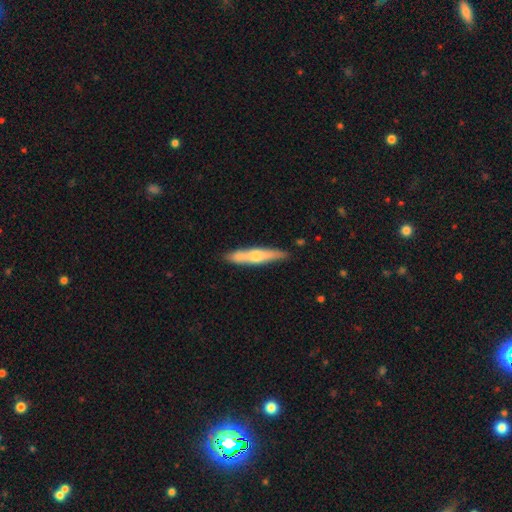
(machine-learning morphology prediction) type=smooth (49%); merging=none (84%).